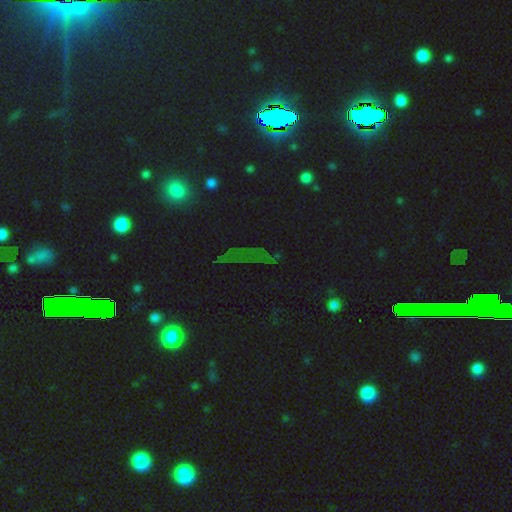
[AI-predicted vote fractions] The model was most divided on "smooth or featured": star or artifact: 70%, smooth: 17%, featured or disk: 13%.